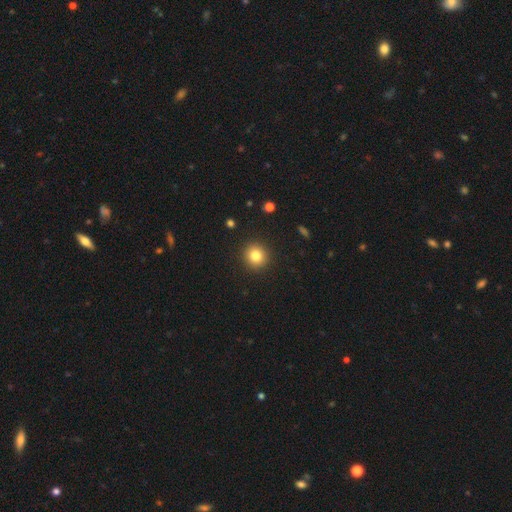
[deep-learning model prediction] This is clearly a smooth galaxy (81%). How rounded: clearly round (93%). Merging: clearly none (92%).